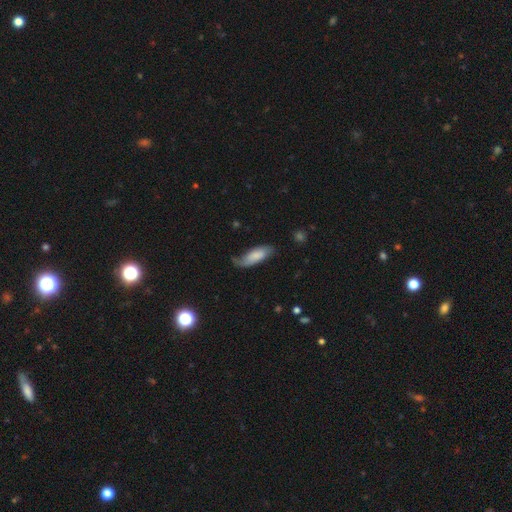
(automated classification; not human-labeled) Smooth or featured?
  - smooth: 71% *
  - featured or disk: 23%
  - star or artifact: 6%
How rounded?
  - in between: 73% *
  - cigar-shaped: 25%
  - round: 2%
Merging?
  - none: 46% *
  - minor disturbance: 36%
  - major disturbance: 15%
  - merger: 3%